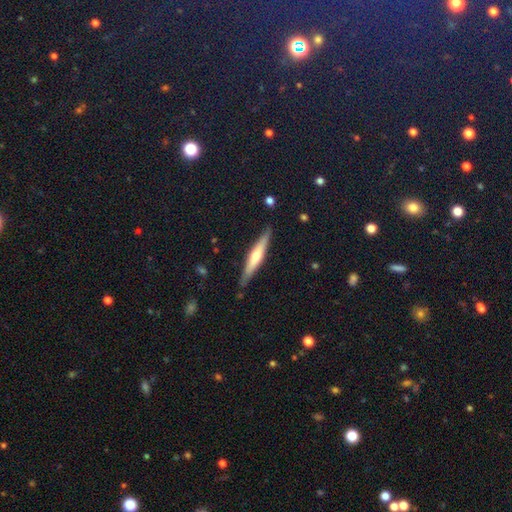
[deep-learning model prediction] A featured or disk galaxy (59%) viewed edge-on (95%) with a rounded central bulge (81%). Merging: none (87%).